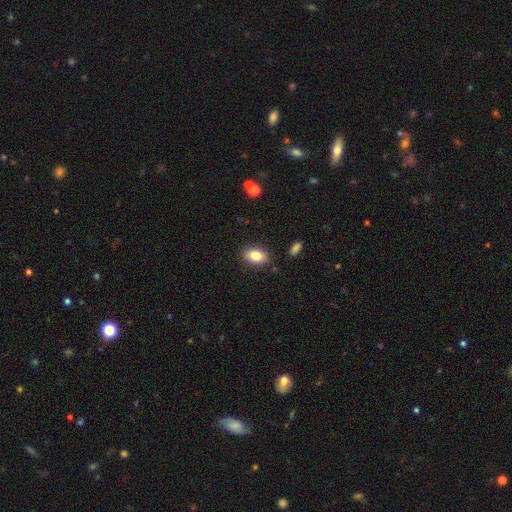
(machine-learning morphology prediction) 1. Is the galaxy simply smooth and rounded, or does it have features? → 82% smooth, 10% featured or disk, 8% star or artifact.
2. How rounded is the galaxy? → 86% in between, 12% round, 2% cigar-shaped.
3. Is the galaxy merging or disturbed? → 86% none, 10% minor disturbance, 2% major disturbance, 2% merger.